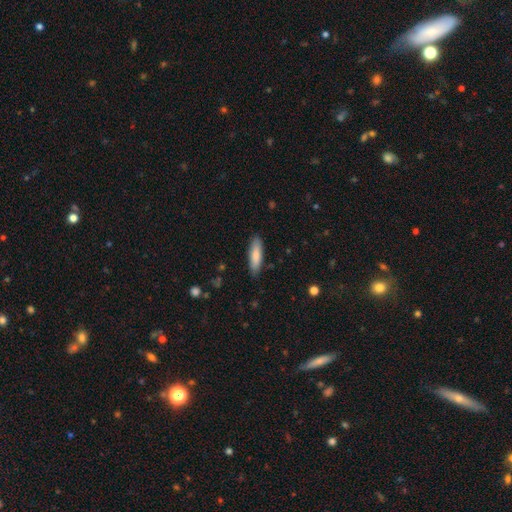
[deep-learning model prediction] Overall: smooth (83%). How rounded: cigar-shaped (61%; in between 37%). Merging: none (86%).